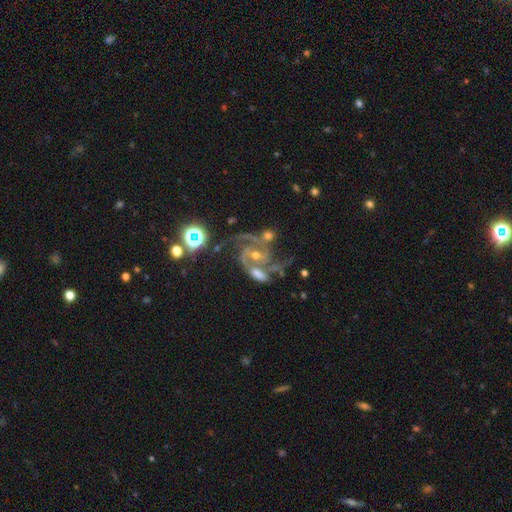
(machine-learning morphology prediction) Smooth or featured?
  - featured or disk: 83% *
  - star or artifact: 11%
  - smooth: 6%
Edge-on disk?
  - no: 98% *
  - yes: 2%
Bar?
  - no: 52% *
  - weak: 34%
  - strong: 14%
Spiral arms?
  - yes: 95% *
  - no: 5%
Spiral winding?
  - medium: 51% *
  - tight: 28%
  - loose: 20%
Spiral arm count?
  - 2: 57% *
  - 3: 17%
  - can't tell: 11%
  - 1: 6%
  - 4: 4%
  - more than 4: 4%
Bulge size?
  - small: 48% *
  - moderate: 43%
  - none: 4%
  - large: 3%
  - dominant: 1%
Merging?
  - merger: 37% *
  - none: 31%
  - major disturbance: 18%
  - minor disturbance: 14%